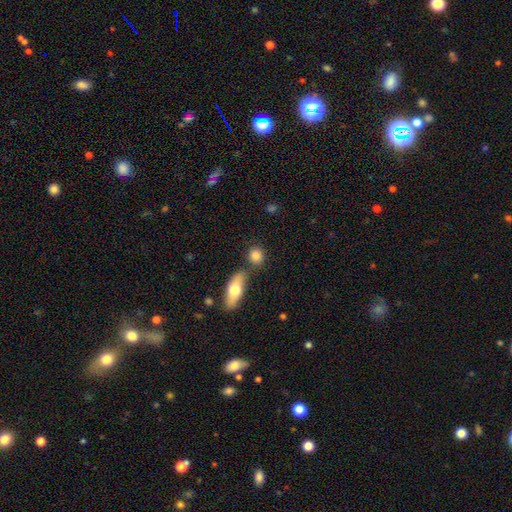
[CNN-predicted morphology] Overall: smooth (83%). How rounded: round (71%). Merging: none (71%).